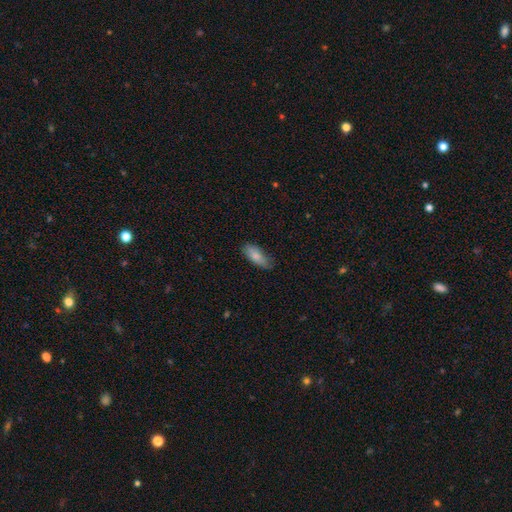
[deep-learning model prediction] Morphology: type=smooth (83%); roundness=in between (78%); merging=none (74%).